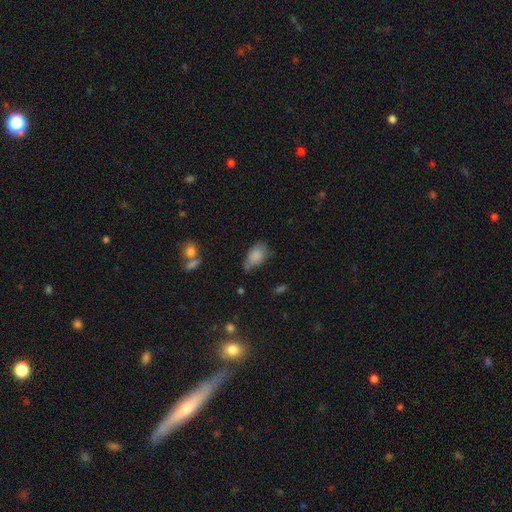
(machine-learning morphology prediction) Smooth or featured? smooth (82%)
How rounded? in between (89%)
Merging? none (46%)